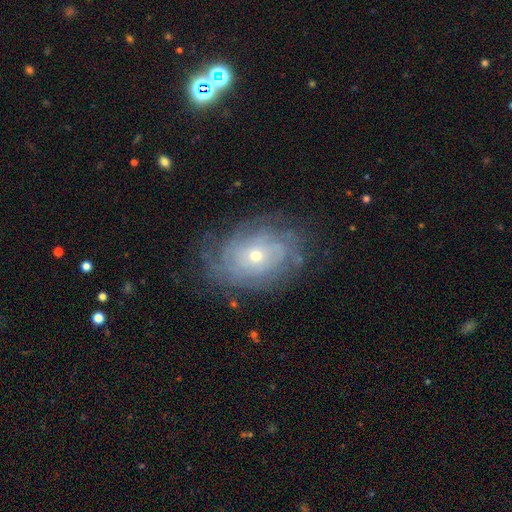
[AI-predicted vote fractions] smooth_or_featured: featured or disk (p=0.79) [alt: smooth p=0.13]
disk_edge_on: no (p=0.96) [alt: yes p=0.04]
bar: no (p=0.80) [alt: weak p=0.16]
has_spiral_arms: yes (p=0.91) [alt: no p=0.09]
spiral_winding: tight (p=0.75) [alt: medium p=0.19]
spiral_arm_count: can't tell (p=0.49) [alt: more than 4 p=0.14]
bulge_size: small (p=0.59) [alt: moderate p=0.37]
merging: none (p=0.76) [alt: minor disturbance p=0.16]